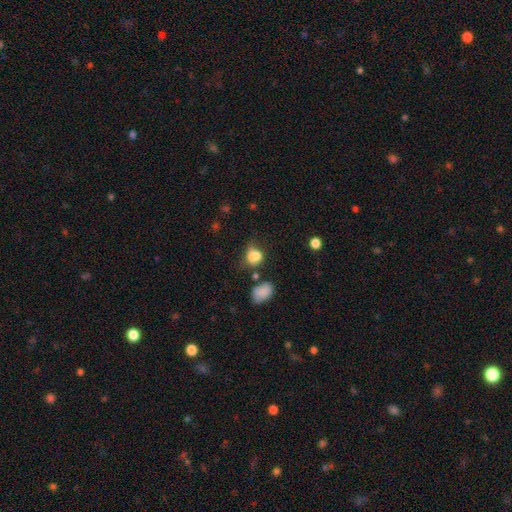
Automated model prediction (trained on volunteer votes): Morphology: type=smooth (78%); roundness=round (58%); merging=none (39%).